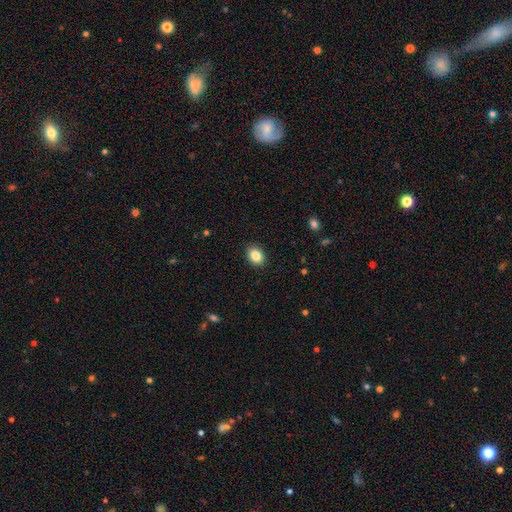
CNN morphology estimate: smooth-or-featured: smooth: 86% | star or artifact: 9% | featured or disk: 5%
  how-rounded: in between: 69% | round: 30% | cigar-shaped: 1%
  merging: none: 90% | minor disturbance: 7% | major disturbance: 2% | merger: 1%